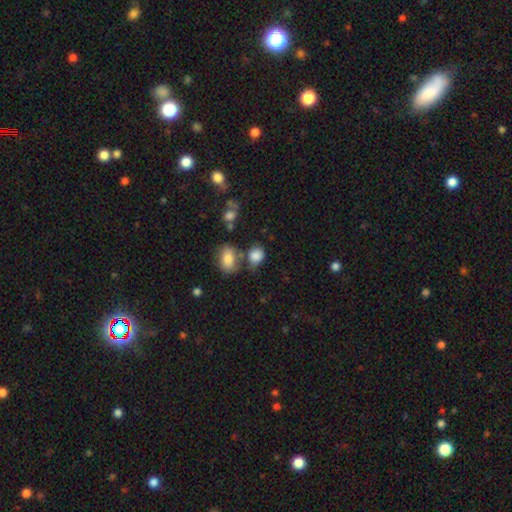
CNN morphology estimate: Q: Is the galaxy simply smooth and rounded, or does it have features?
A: smooth — 84%.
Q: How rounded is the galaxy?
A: in between — 49%, tied with round.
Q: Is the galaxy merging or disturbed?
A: none — 52%.